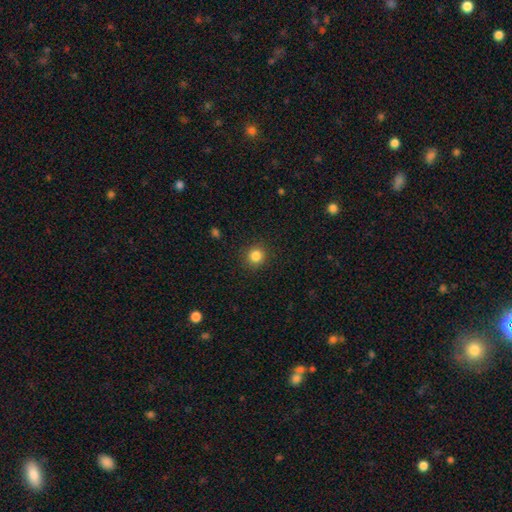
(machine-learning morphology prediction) This is clearly a smooth galaxy (84%). How rounded: clearly round (92%). Merging: clearly none (90%).